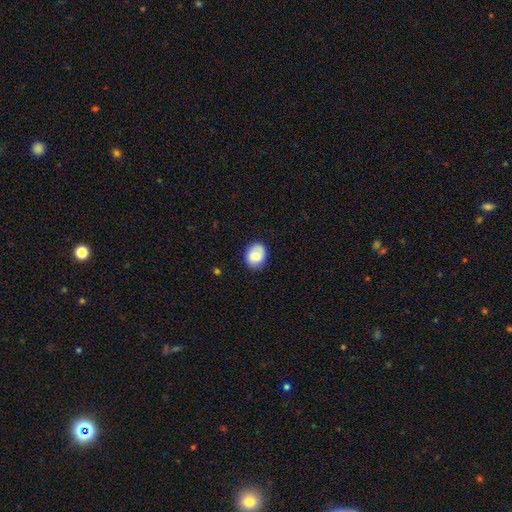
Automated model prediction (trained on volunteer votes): smooth_or_featured: smooth (p=0.79) [alt: featured or disk p=0.14]
how_rounded: in between (p=0.53) [alt: round p=0.46]
merging: none (p=0.77) [alt: minor disturbance p=0.18]